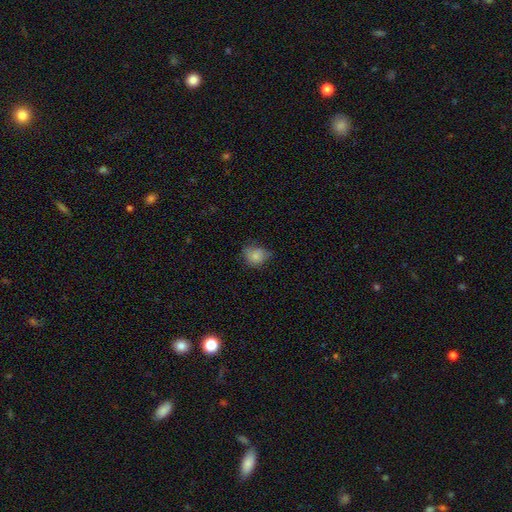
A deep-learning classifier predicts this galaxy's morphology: smooth_or_featured: smooth (p=0.80) [alt: star or artifact p=0.10]
how_rounded: round (p=0.63) [alt: in between p=0.36]
merging: none (p=0.55) [alt: minor disturbance p=0.33]